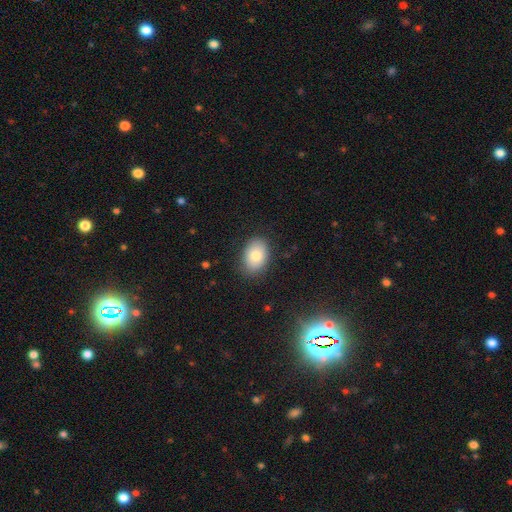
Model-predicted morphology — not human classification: Smooth or featured? smooth (81%)
How rounded? in between (82%)
Merging? none (85%)